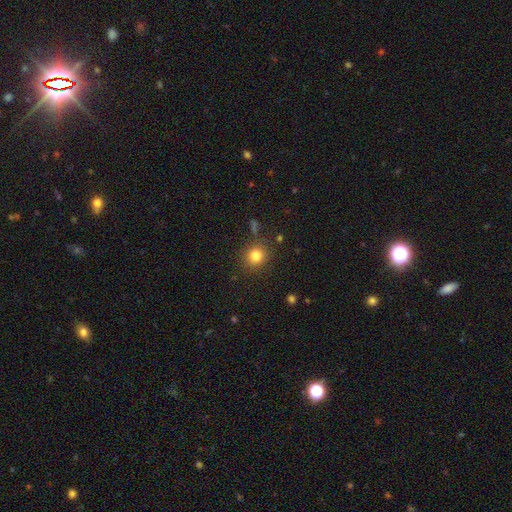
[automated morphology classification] smooth 81%, star or artifact 13%, featured or disk 6%. Down the decision tree: how rounded — round (87%); merging — none (86%).